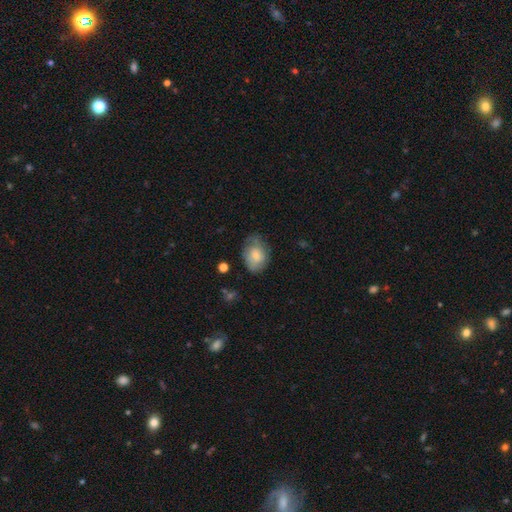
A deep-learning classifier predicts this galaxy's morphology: smooth-or-featured: smooth: 65% | featured or disk: 28% | star or artifact: 7%
  how-rounded: in between: 73% | round: 26% | cigar-shaped: 1%
  merging: none: 61% | minor disturbance: 27% | major disturbance: 10% | merger: 2%